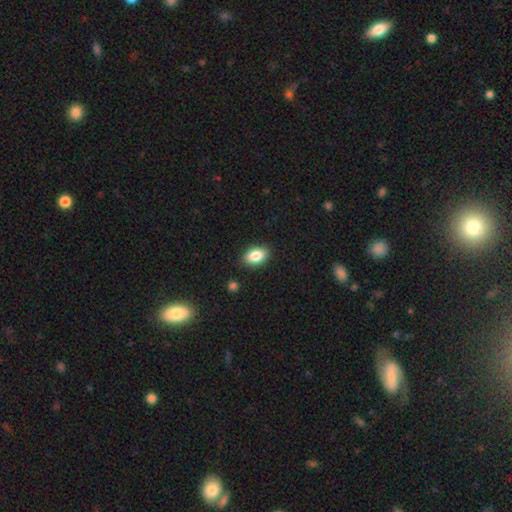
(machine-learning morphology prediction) type=smooth (84%); roundness=in between (87%); merging=none (87%).